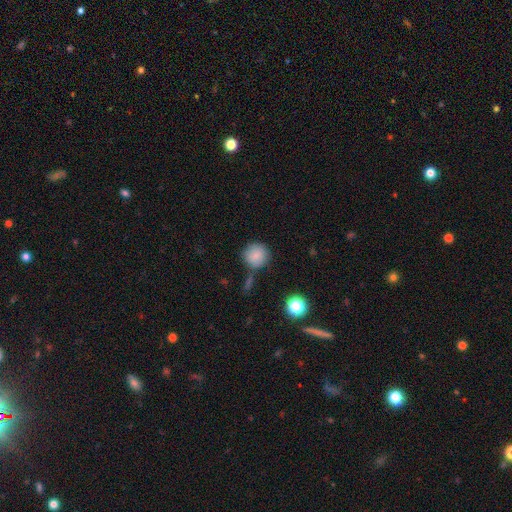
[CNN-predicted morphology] smooth 84%, star or artifact 10%, featured or disk 6%. Down the decision tree: how rounded — round (93%); merging — none (77%).